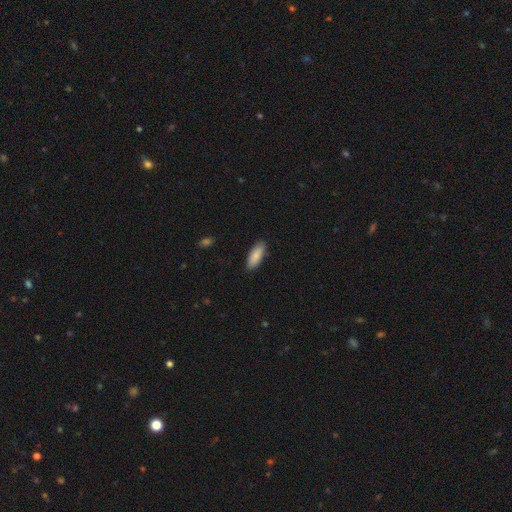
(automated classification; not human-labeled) smooth 86%, featured or disk 8%, star or artifact 6%. Down the decision tree: how rounded — in between (76%); merging — none (88%).